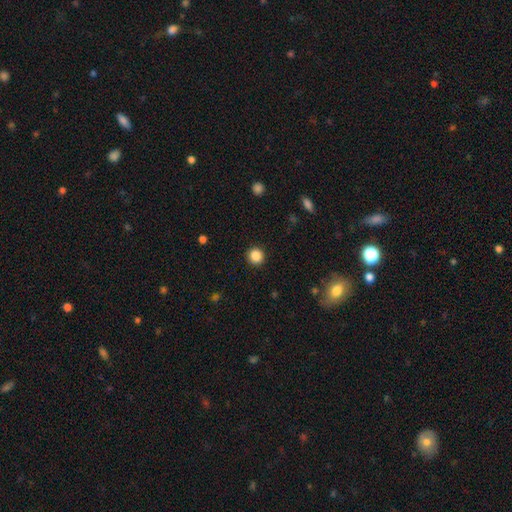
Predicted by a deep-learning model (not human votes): Smooth or featured? smooth (86%)
How rounded? round (93%)
Merging? none (92%)